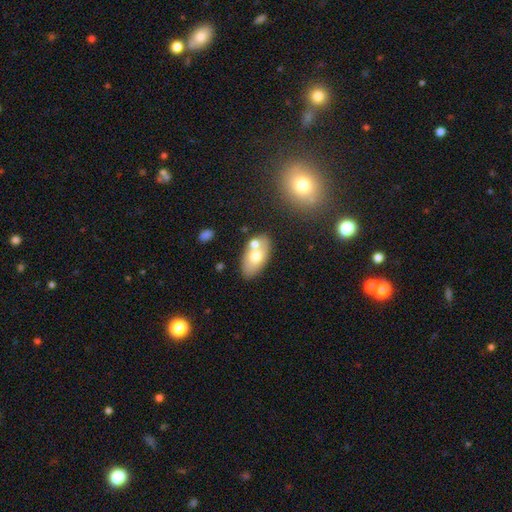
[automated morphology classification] type=smooth (66%); roundness=in between (91%); merging=none (57%).